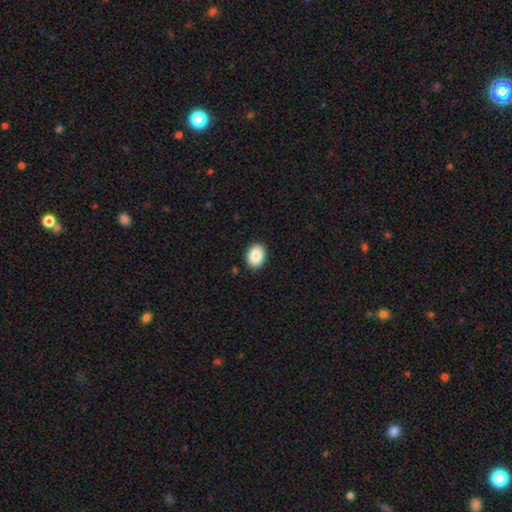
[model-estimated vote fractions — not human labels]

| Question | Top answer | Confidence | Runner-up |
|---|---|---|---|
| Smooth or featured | smooth | 88% | star or artifact (7%) |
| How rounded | in between | 70% | round (29%) |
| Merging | none | 90% | minor disturbance (7%) |